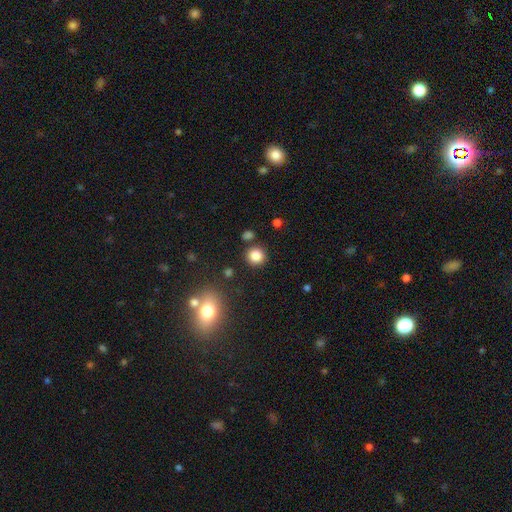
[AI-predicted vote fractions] Smooth or featured?
  - smooth: 84% *
  - star or artifact: 11%
  - featured or disk: 5%
How rounded?
  - round: 91% *
  - in between: 8%
  - cigar-shaped: 1%
Merging?
  - none: 86% *
  - minor disturbance: 7%
  - merger: 4%
  - major disturbance: 3%